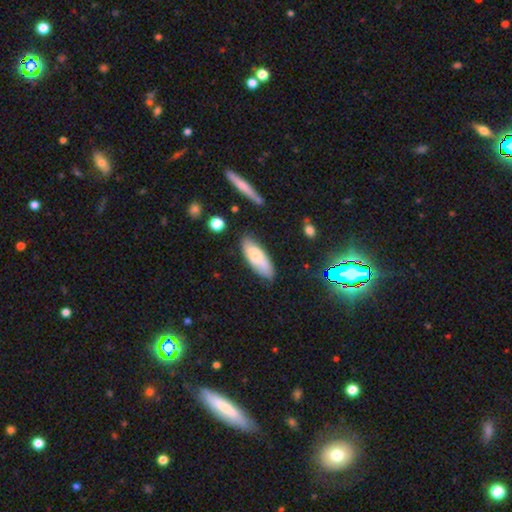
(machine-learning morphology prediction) smooth-or-featured: smooth: 65% | featured or disk: 28% | star or artifact: 7%
  how-rounded: in between: 72% | cigar-shaped: 26% | round: 2%
  merging: none: 68% | minor disturbance: 22% | major disturbance: 5% | merger: 5%